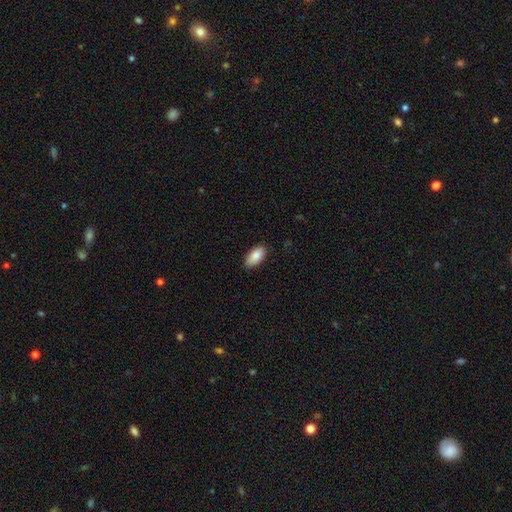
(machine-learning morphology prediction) Overall: smooth (86%). How rounded: in between (93%). Merging: none (85%).